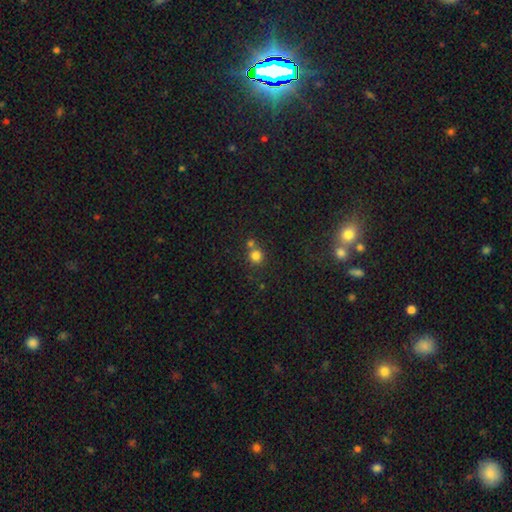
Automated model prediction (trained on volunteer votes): Smooth or featured? Predicted: smooth (p=0.79). How rounded? Predicted: round (p=0.89). Merging? Predicted: none (p=0.58).